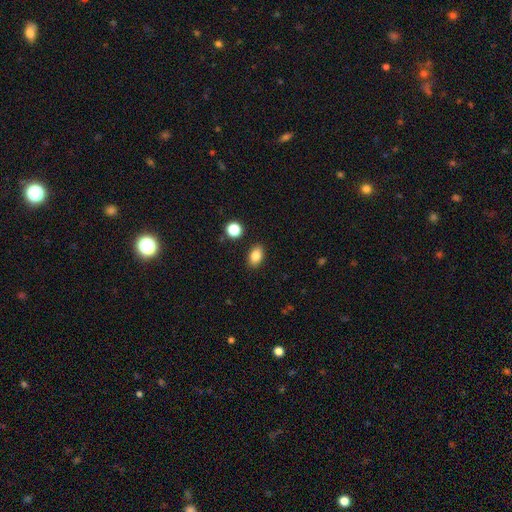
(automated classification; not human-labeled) Smooth or featured?
  - smooth: 84% *
  - star or artifact: 9%
  - featured or disk: 7%
How rounded?
  - in between: 85% *
  - round: 14%
  - cigar-shaped: 2%
Merging?
  - none: 88% *
  - minor disturbance: 8%
  - major disturbance: 2%
  - merger: 2%